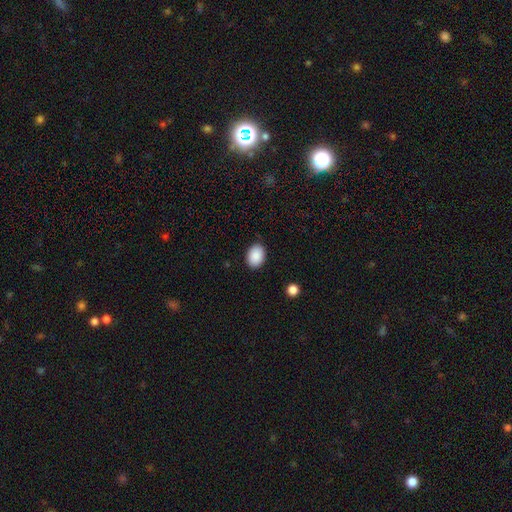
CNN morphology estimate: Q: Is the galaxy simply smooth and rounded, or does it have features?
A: smooth — 90%.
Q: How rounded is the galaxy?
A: in between — 77%.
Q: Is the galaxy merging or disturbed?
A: none — 88%.